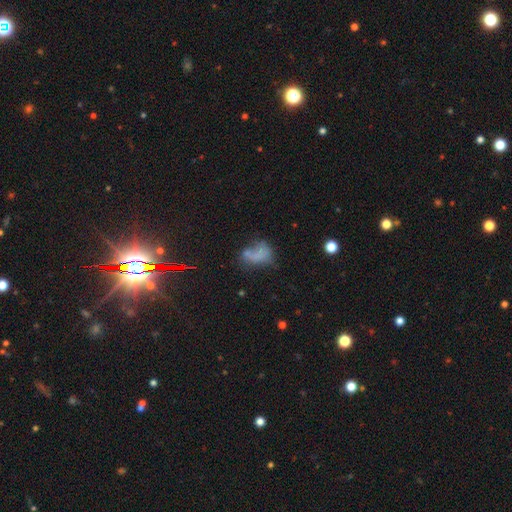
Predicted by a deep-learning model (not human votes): Overall: smooth (56%; featured or disk 24%). How rounded: in between (78%). Merging: none (33%; major disturbance 28%).